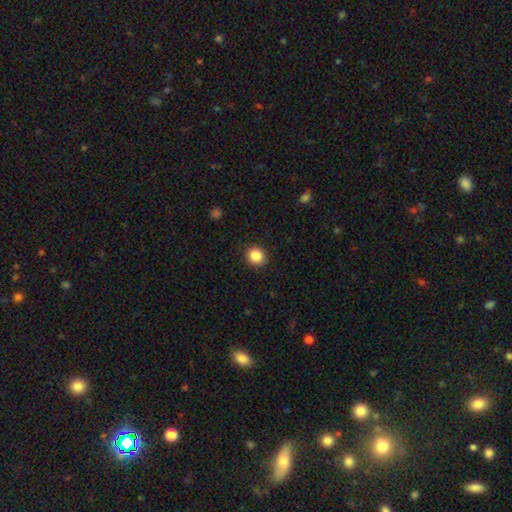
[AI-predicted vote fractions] smooth-or-featured: smooth: 86% | star or artifact: 10% | featured or disk: 4%
  how-rounded: round: 79% | in between: 20% | cigar-shaped: 1%
  merging: none: 90% | minor disturbance: 7% | major disturbance: 2% | merger: 1%